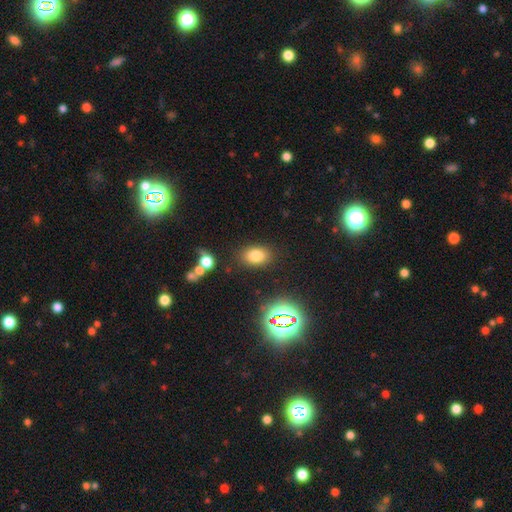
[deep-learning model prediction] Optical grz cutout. It shows a smooth galaxy with no disk features (76%) that is in between round and cigar-shaped (79%). Merging: none (84%).